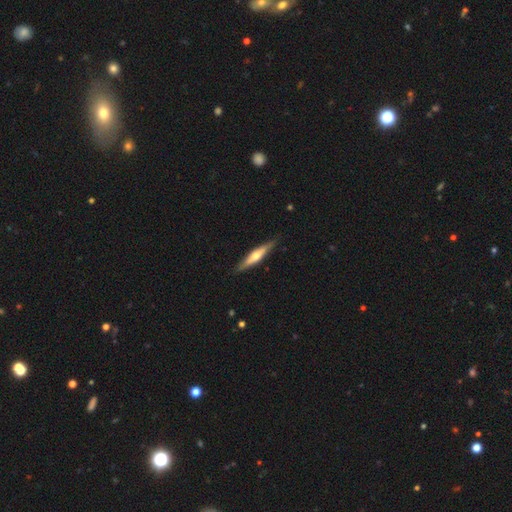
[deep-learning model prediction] Smooth or featured: featured or disk — 62% (smooth — 33%)
Edge-on disk: yes — 95% (no — 5%)
Edge-on bulge: rounded — 86% (boxy — 7%)
Merging: none — 88% (minor disturbance — 9%)